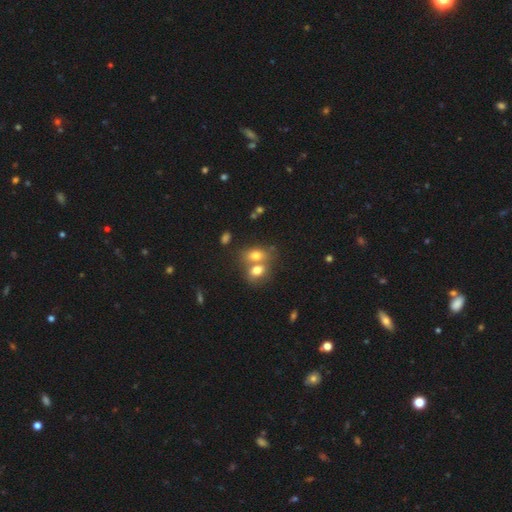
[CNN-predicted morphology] A smooth galaxy with no disk features (74%) that is in between round and cigar-shaped (72%).

Vote fractions:
- Smooth or featured? smooth: 74% / featured or disk: 15% / star or artifact: 11%
- How rounded? in between: 72% / round: 26% / cigar-shaped: 2%
- Merging? merger: 59% / none: 29% / minor disturbance: 8% / major disturbance: 4%